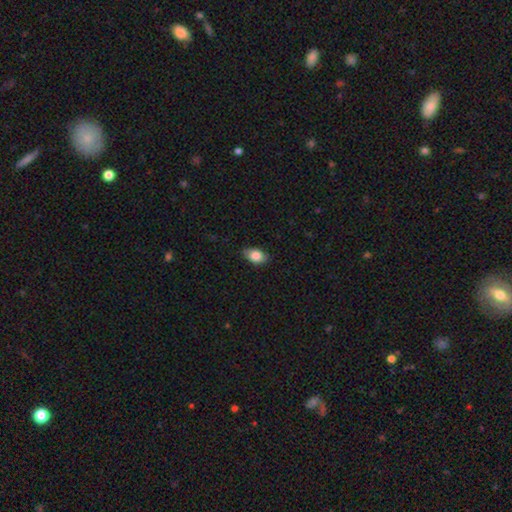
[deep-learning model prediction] This is clearly a smooth galaxy (83%). How rounded: clearly in between (88%). Merging: likely none (80%).